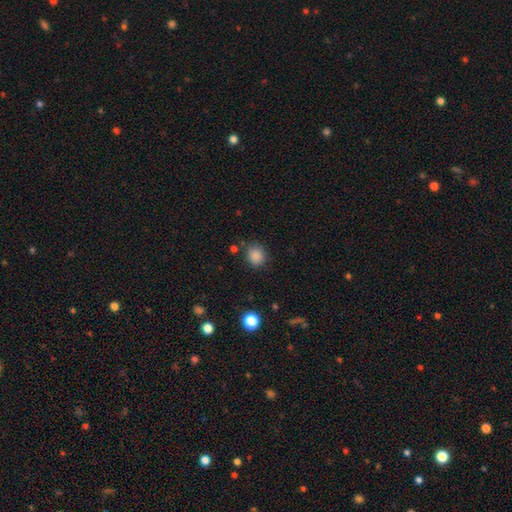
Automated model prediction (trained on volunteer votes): smooth 86%, star or artifact 11%, featured or disk 4%. Down the decision tree: how rounded — round (77%); merging — none (81%).